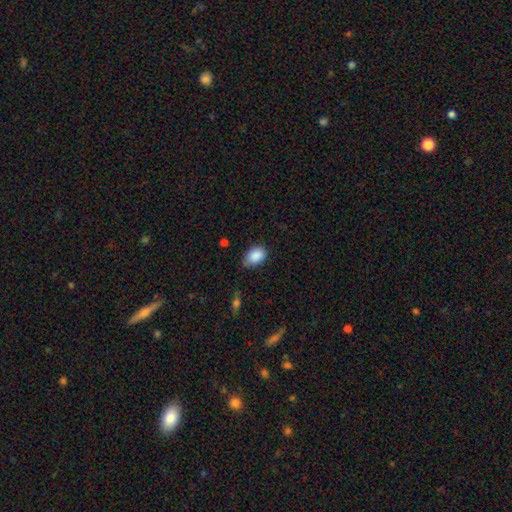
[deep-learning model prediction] smooth_or_featured: smooth (p=0.88) [alt: star or artifact p=0.07]
how_rounded: in between (p=0.82) [alt: round p=0.17]
merging: none (p=0.68) [alt: minor disturbance p=0.26]